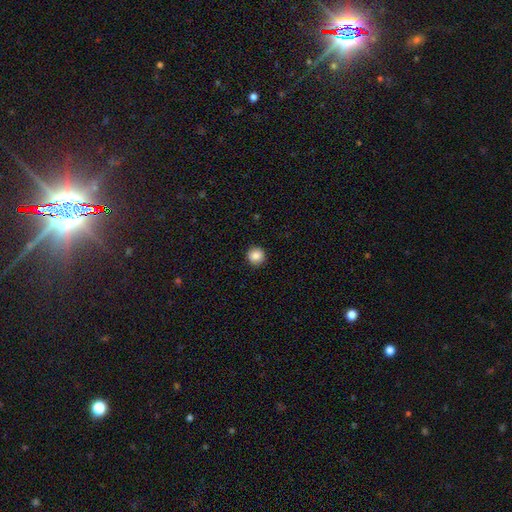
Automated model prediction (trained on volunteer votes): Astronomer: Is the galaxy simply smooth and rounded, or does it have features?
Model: smooth — 87%.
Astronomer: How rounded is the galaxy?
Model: round — 95%.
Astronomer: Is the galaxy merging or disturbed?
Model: none — 92%.